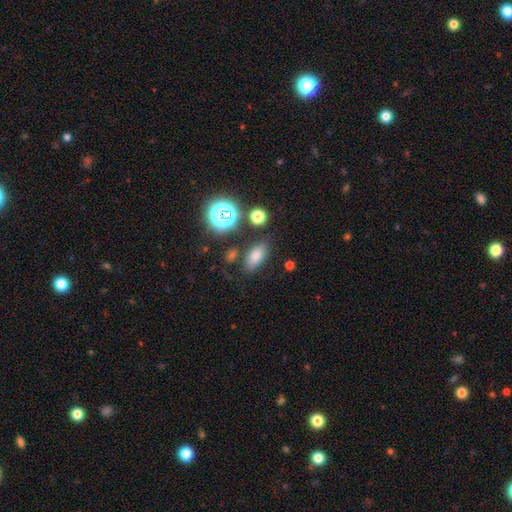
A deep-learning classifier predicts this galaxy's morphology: type=smooth (72%); roundness=in between (82%); merging=none (77%).